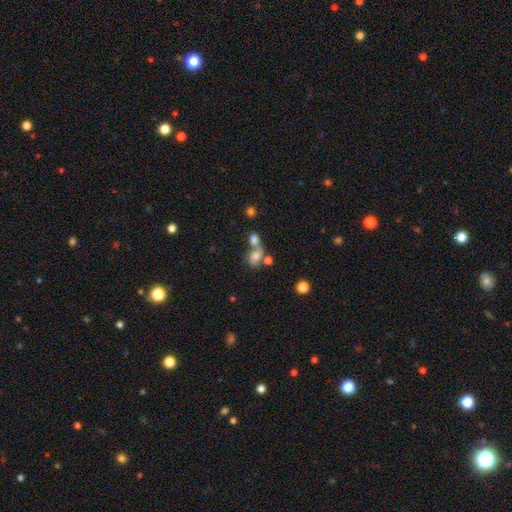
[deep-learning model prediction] This appears to be a smooth galaxy with no disk features (72%) that is in between round and cigar-shaped (68%). Merging: merger (57%).